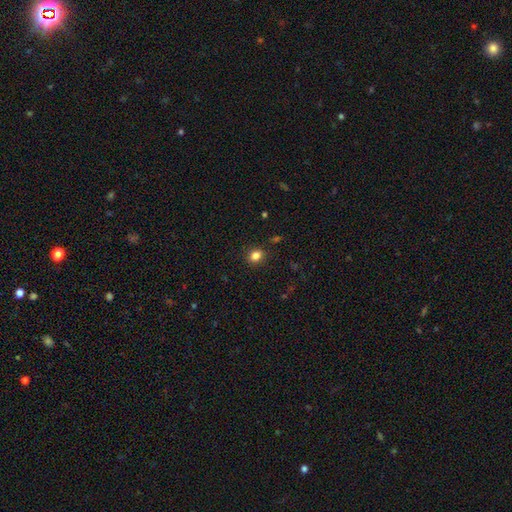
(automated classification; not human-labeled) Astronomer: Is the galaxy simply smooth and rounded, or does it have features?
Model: smooth — 83%.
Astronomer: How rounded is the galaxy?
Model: round — 62% (runner-up: in between, 37%).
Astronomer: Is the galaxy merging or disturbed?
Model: none — 89%.